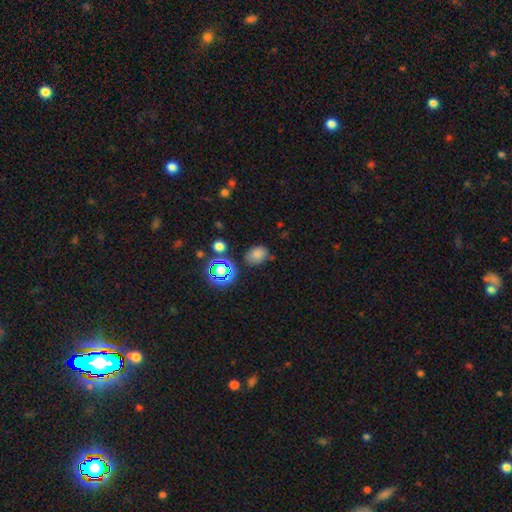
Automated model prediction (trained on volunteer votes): A smooth galaxy with no disk features (66%) that is round (52%). Merging: none (78%).